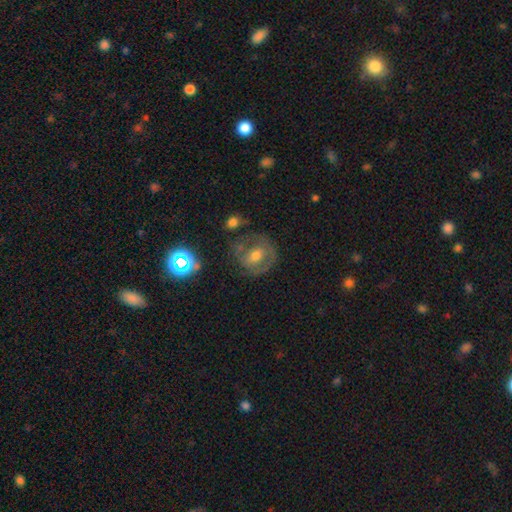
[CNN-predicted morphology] featured or disk 51%, smooth 38%, star or artifact 12%. Down the decision tree: edge-on disk — no (95%); merging — none (61%).